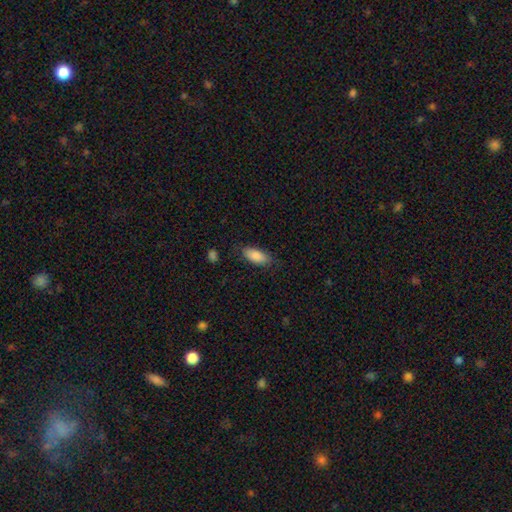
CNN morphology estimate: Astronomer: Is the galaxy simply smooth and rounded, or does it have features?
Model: smooth — 88%.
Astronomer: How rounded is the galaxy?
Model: in between — 85%.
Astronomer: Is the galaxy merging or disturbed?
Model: none — 81%.